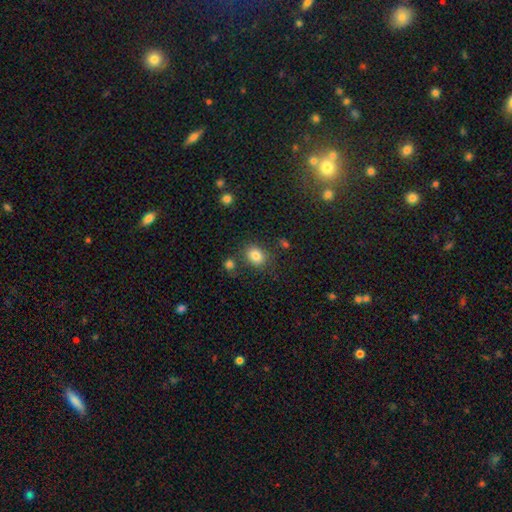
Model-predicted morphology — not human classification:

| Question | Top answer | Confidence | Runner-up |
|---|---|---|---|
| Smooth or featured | smooth | 83% | star or artifact (11%) |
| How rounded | in between | 58% | round (42%) |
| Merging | none | 73% | minor disturbance (13%) |